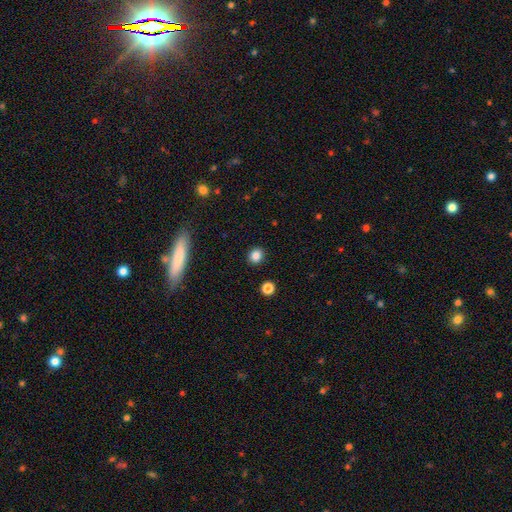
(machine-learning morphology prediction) Q: Smooth or featured?
A: smooth (84%); runner-up: star or artifact (11%)
Q: How rounded?
A: round (77%); runner-up: in between (22%)
Q: Merging?
A: none (90%); runner-up: minor disturbance (6%)